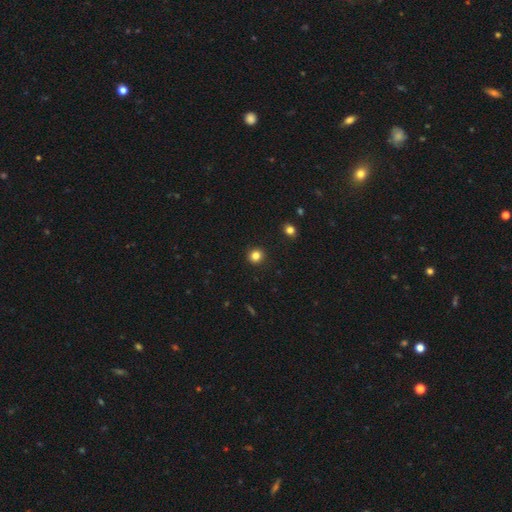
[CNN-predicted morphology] Q: Smooth or featured?
A: smooth (83%); runner-up: star or artifact (12%)
Q: How rounded?
A: round (91%); runner-up: in between (8%)
Q: Merging?
A: none (92%); runner-up: minor disturbance (5%)